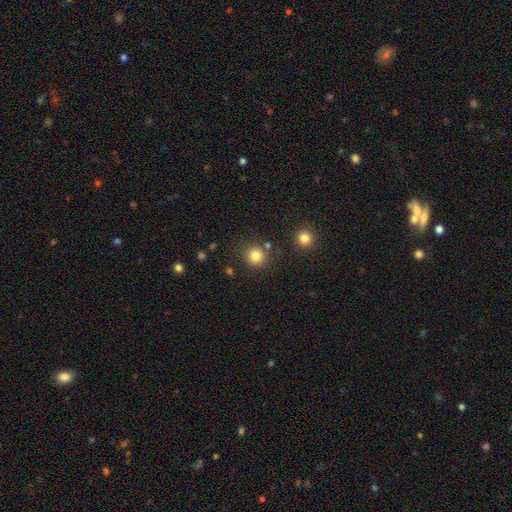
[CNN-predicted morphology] A smooth galaxy with no disk features (82%) that is round (91%).

Vote fractions:
- Smooth or featured? smooth: 82% / star or artifact: 12% / featured or disk: 6%
- How rounded? round: 91% / in between: 8% / cigar-shaped: 1%
- Merging? none: 81% / minor disturbance: 9% / merger: 7% / major disturbance: 3%